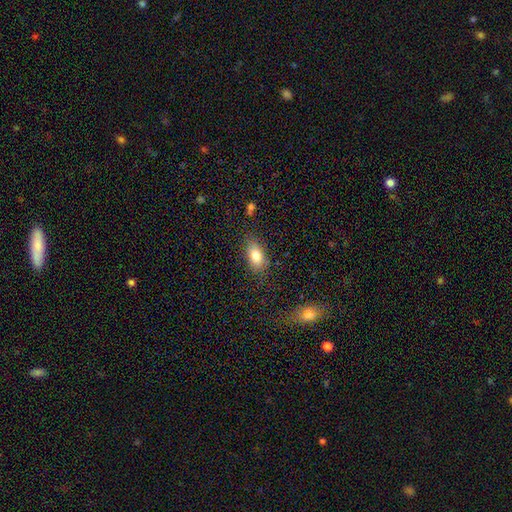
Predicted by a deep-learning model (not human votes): Overall: smooth (80%). How rounded: in between (88%). Merging: none (80%).